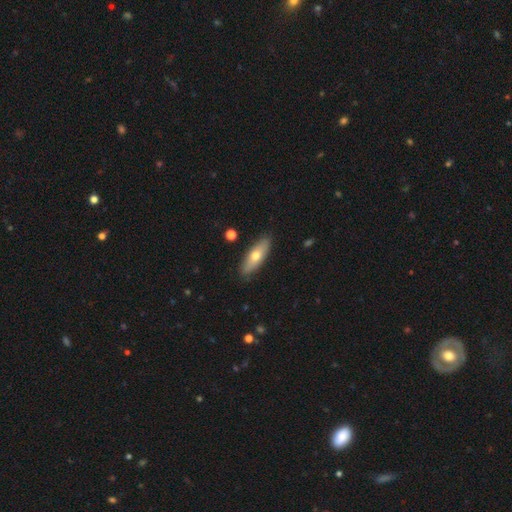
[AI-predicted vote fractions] Smooth or featured? smooth (61%)
How rounded? in between (57%)
Merging? none (87%)